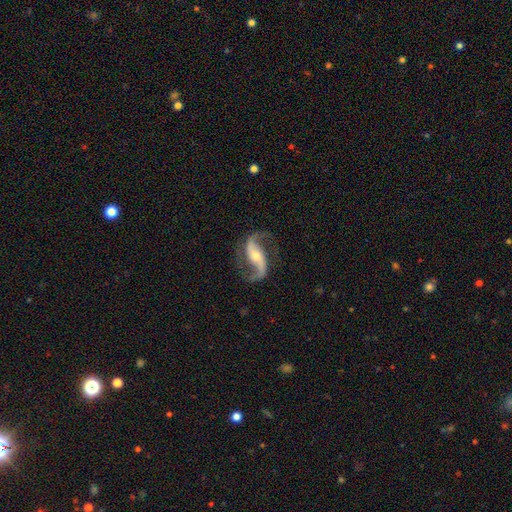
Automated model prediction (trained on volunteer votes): Q: Smooth or featured?
A: featured or disk (92%); runner-up: star or artifact (4%)
Q: Edge-on disk?
A: no (97%); runner-up: yes (3%)
Q: Bar?
A: strong (39%); runner-up: no (33%)
Q: Spiral arms?
A: yes (98%); runner-up: no (2%)
Q: Spiral winding?
A: loose (65%); runner-up: medium (29%)
Q: Spiral arm count?
A: 2 (94%); runner-up: 1 (2%)
Q: Bulge size?
A: small (48%); runner-up: moderate (47%)
Q: Merging?
A: none (81%); runner-up: minor disturbance (11%)